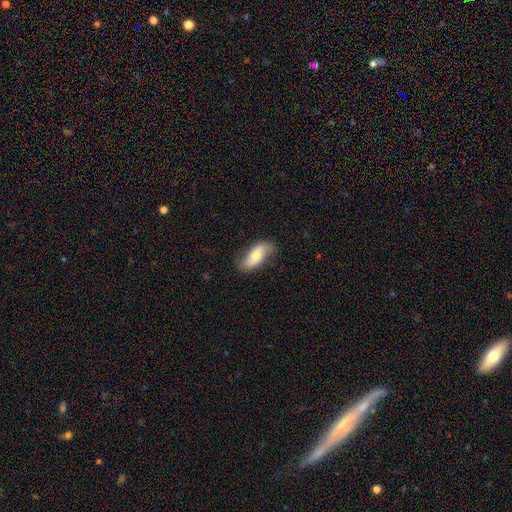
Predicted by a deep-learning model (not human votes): This is possibly a smooth galaxy (59%). How rounded: likely in between (80%). Merging: likely none (77%).